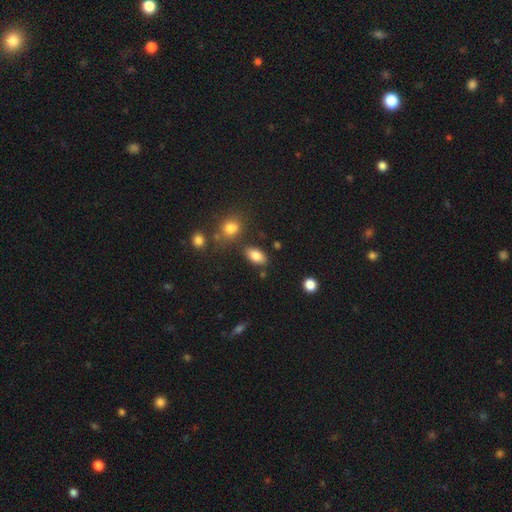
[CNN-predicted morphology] A smooth galaxy with no disk features (84%) that is in between round and cigar-shaped (91%).

Vote fractions:
- Smooth or featured? smooth: 84% / star or artifact: 9% / featured or disk: 7%
- How rounded? in between: 91% / round: 7% / cigar-shaped: 3%
- Merging? none: 79% / minor disturbance: 12% / merger: 6% / major disturbance: 3%